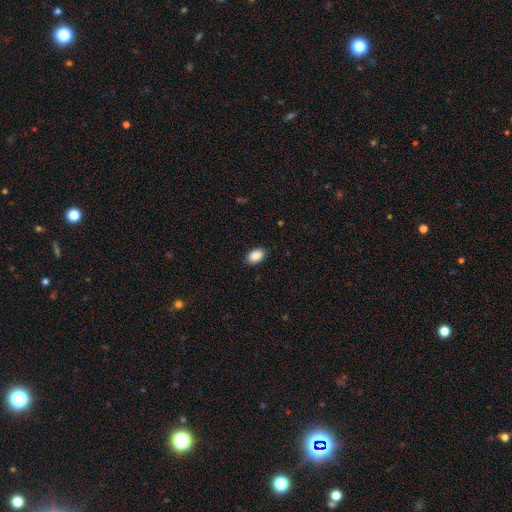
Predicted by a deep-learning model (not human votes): Smooth or featured? smooth (90%)
How rounded? in between (89%)
Merging? none (89%)